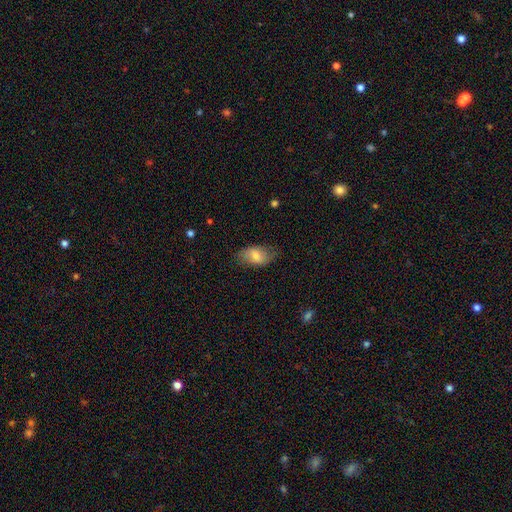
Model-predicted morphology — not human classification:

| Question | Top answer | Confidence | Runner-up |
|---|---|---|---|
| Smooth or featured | smooth | 70% | featured or disk (23%) |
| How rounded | in between | 92% | round (5%) |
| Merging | none | 73% | minor disturbance (21%) |